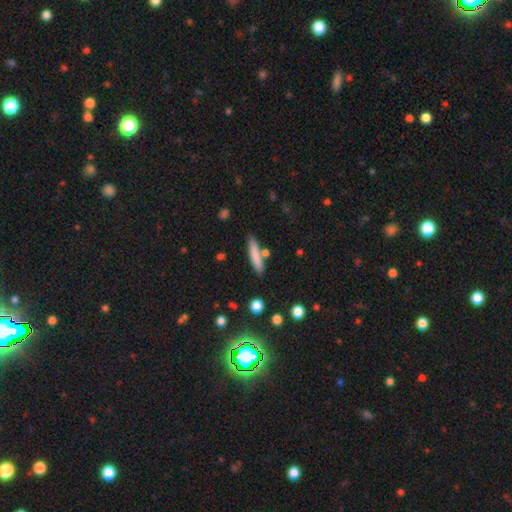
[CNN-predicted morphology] Smooth or featured: smooth — 79% (featured or disk — 14%)
How rounded: cigar-shaped — 87% (in between — 12%)
Merging: none — 79% (minor disturbance — 11%)